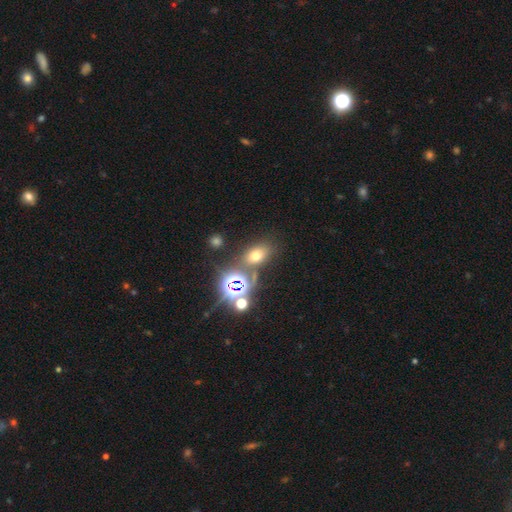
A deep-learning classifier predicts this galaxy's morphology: Smooth or featured? smooth (56%)
How rounded? in between (72%)
Merging? none (69%)